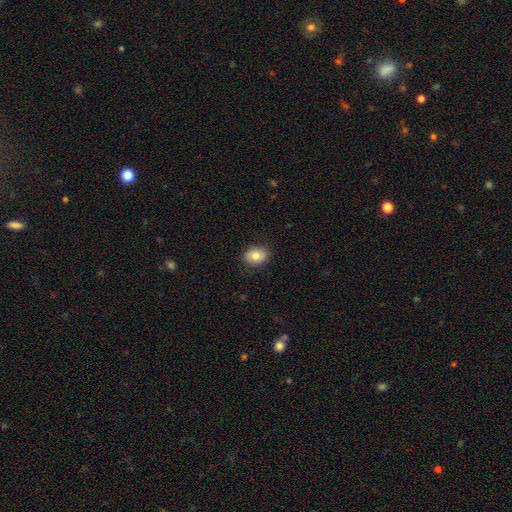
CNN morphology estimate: A smooth galaxy with no disk features (82%) that is in between round and cigar-shaped (67%).

Vote fractions:
- Smooth or featured? smooth: 82% / featured or disk: 10% / star or artifact: 8%
- How rounded? in between: 67% / round: 32% / cigar-shaped: 1%
- Merging? none: 87% / minor disturbance: 10% / major disturbance: 2% / merger: 1%